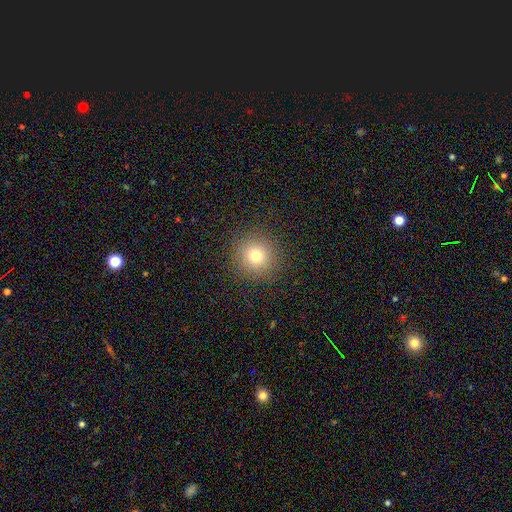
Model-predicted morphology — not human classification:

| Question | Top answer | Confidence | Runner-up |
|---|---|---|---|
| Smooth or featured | smooth | 78% | star or artifact (14%) |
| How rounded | round | 93% | in between (6%) |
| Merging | none | 91% | minor disturbance (6%) |